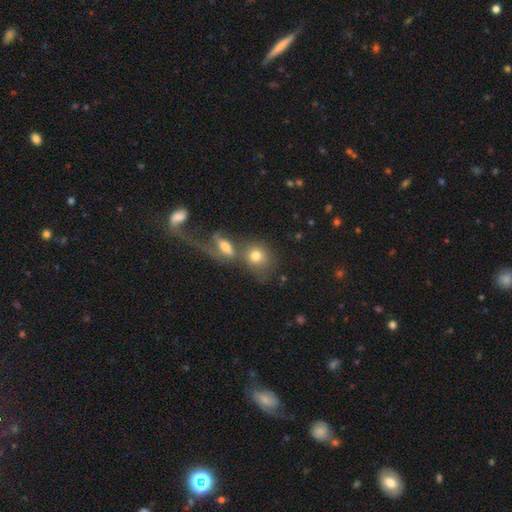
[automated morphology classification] Overall: smooth (69%). How rounded: round (56%; in between 41%). Merging: merger (58%; none 24%).